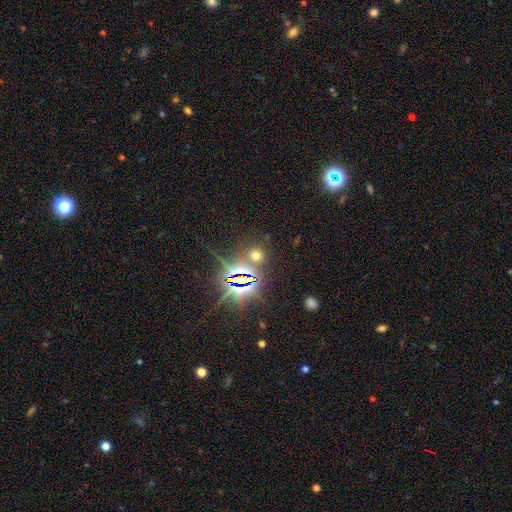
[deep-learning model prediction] This appears to be a star or artifact, not a galaxy (47%).